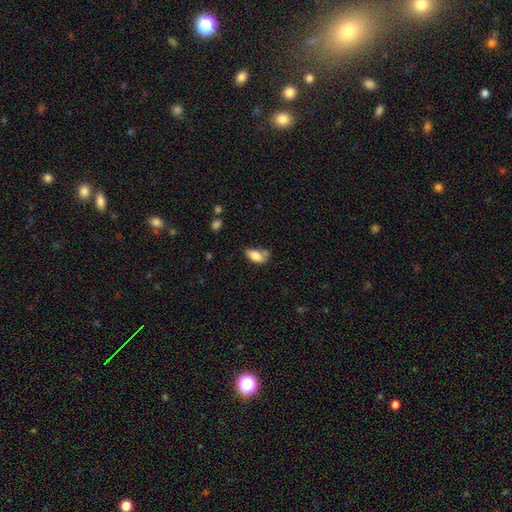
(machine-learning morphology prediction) Smooth or featured?
  - smooth: 79% *
  - featured or disk: 13%
  - star or artifact: 8%
How rounded?
  - in between: 90% *
  - round: 5%
  - cigar-shaped: 5%
Merging?
  - none: 38% *
  - minor disturbance: 32%
  - major disturbance: 15%
  - merger: 15%